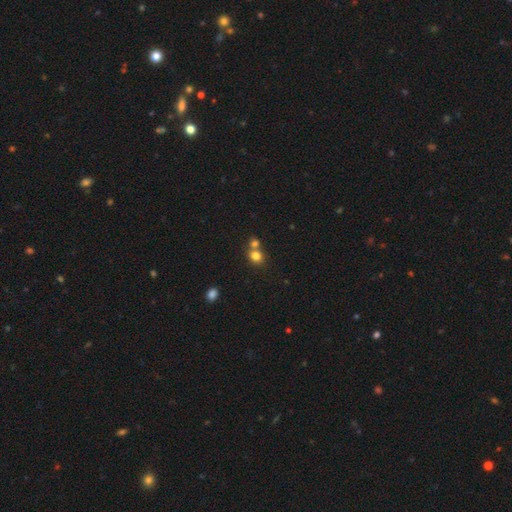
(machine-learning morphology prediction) Smooth or featured? smooth (80%)
How rounded? round (75%)
Merging? none (48%)